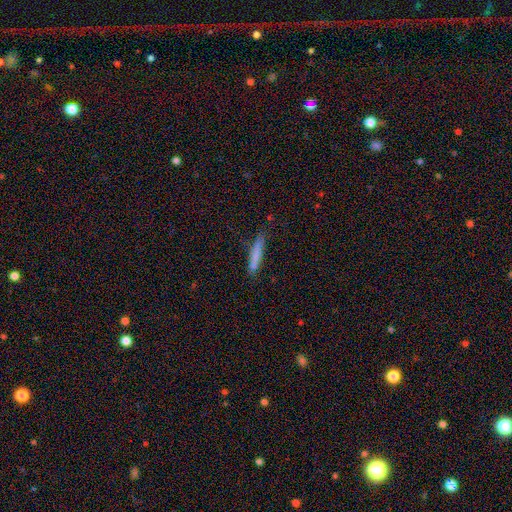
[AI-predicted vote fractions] The model was most divided on "smooth or featured": smooth: 75%, featured or disk: 18%, star or artifact: 7%. More confident: how rounded — cigar-shaped (93%); merging — none (75%).